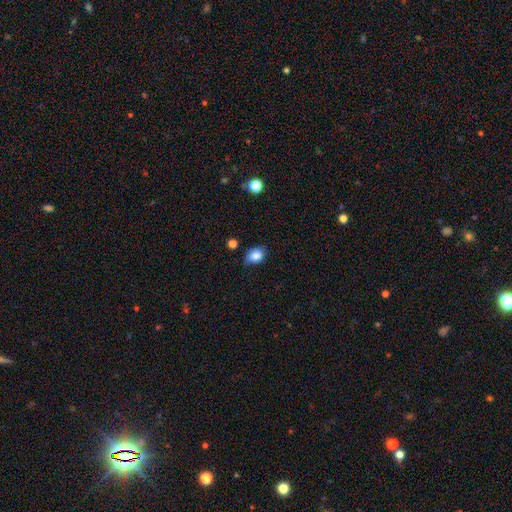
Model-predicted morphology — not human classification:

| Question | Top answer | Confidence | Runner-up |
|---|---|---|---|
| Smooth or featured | smooth | 83% | star or artifact (9%) |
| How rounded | in between | 70% | round (29%) |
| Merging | none | 61% | minor disturbance (30%) |